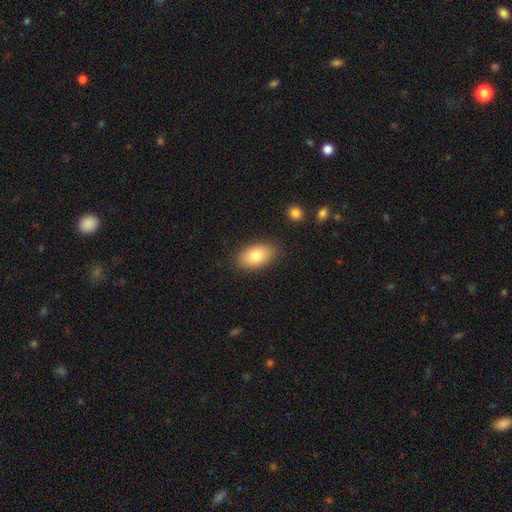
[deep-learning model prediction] smooth 80%, featured or disk 13%, star or artifact 7%. Down the decision tree: how rounded — in between (93%); merging — none (86%).